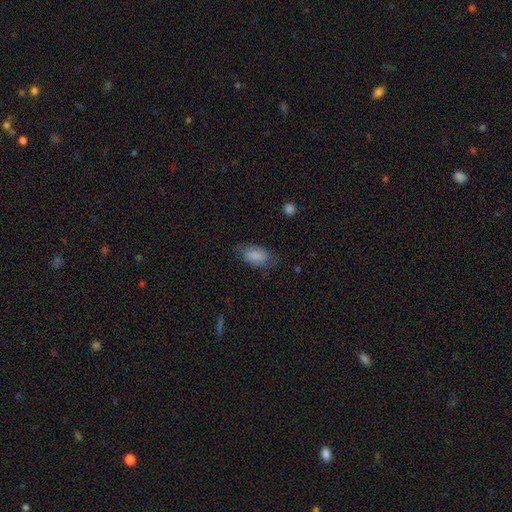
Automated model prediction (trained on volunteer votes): A smooth galaxy with no disk features (83%) that is in between round and cigar-shaped (92%). Merging: none (66%).